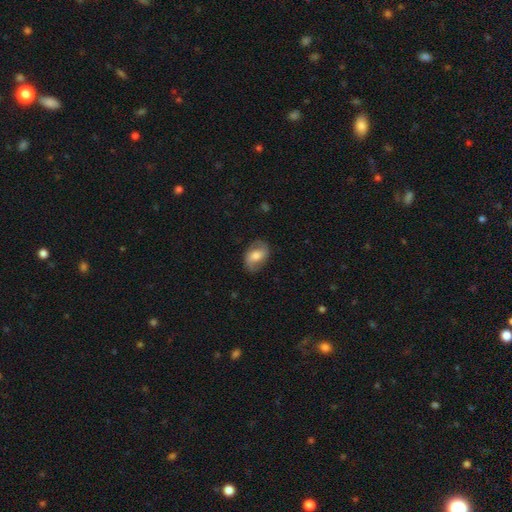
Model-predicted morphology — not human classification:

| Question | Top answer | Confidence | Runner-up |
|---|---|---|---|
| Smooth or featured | featured or disk | 49% | smooth (43%) |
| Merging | none | 77% | minor disturbance (16%) |